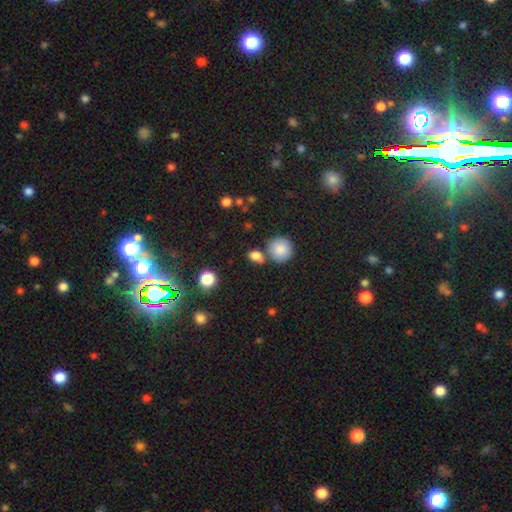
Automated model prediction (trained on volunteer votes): Smooth or featured?
  - smooth: 82% *
  - star or artifact: 11%
  - featured or disk: 7%
How rounded?
  - round: 49% * (tied)
  - in between: 49% * (tied)
  - cigar-shaped: 3%
Merging?
  - none: 61% *
  - merger: 23%
  - minor disturbance: 12%
  - major disturbance: 4%